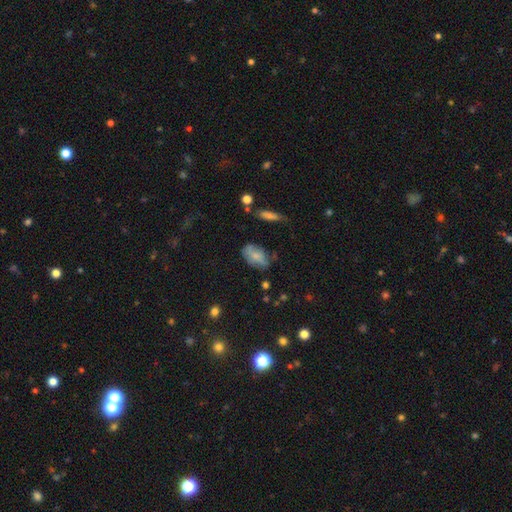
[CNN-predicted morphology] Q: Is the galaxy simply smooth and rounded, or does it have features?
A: smooth — 67%.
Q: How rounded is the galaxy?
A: in between — 89%.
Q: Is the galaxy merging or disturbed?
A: none — 51%.